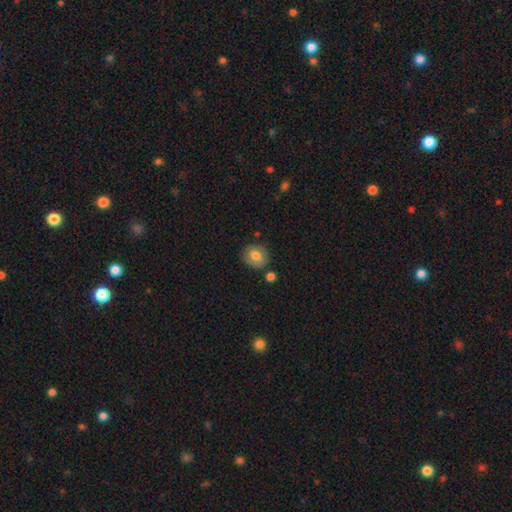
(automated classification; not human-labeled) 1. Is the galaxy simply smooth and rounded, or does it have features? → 67% smooth, 25% featured or disk, 8% star or artifact.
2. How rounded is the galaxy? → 62% round, 37% in between, 1% cigar-shaped.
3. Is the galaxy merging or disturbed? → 76% none, 15% minor disturbance, 5% merger, 4% major disturbance.